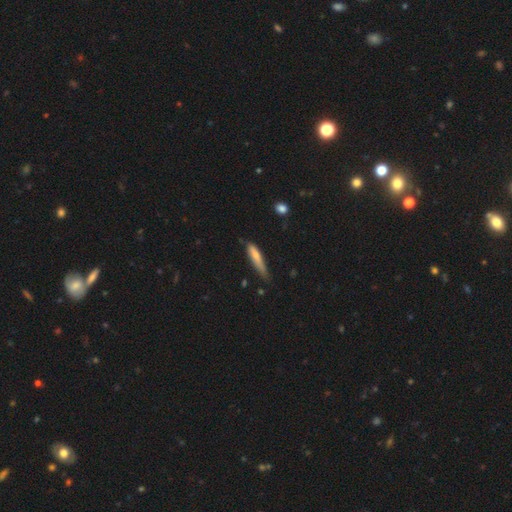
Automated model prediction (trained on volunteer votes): Q: Smooth or featured?
A: smooth (70%); runner-up: featured or disk (25%)
Q: How rounded?
A: cigar-shaped (83%); runner-up: in between (15%)
Q: Merging?
A: none (50%); runner-up: minor disturbance (39%)